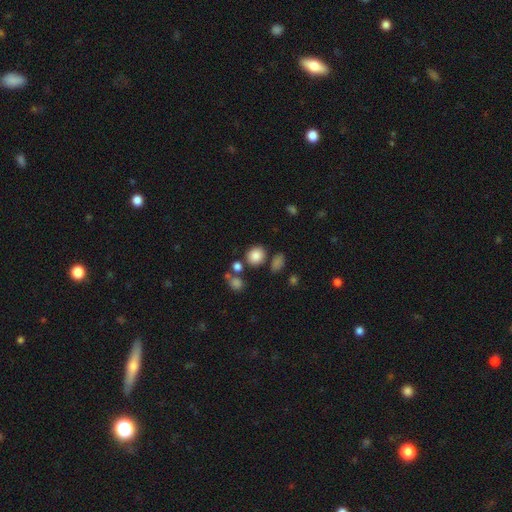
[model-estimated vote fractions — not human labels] Smooth or featured?
  - smooth: 83% *
  - star or artifact: 11%
  - featured or disk: 6%
How rounded?
  - round: 74% *
  - in between: 25%
  - cigar-shaped: 1%
Merging?
  - none: 73% *
  - merger: 12%
  - minor disturbance: 11%
  - major disturbance: 4%